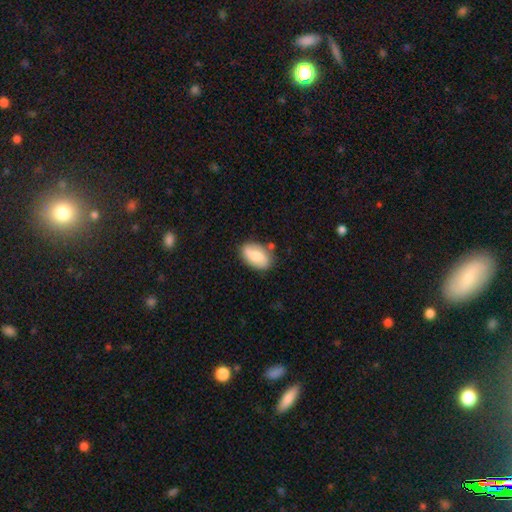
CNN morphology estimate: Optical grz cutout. It shows a smooth galaxy with no disk features (62%) that is in between round and cigar-shaped (90%). Merging: none (74%).